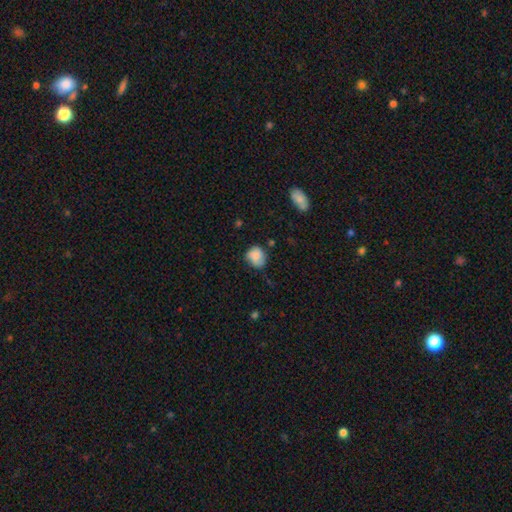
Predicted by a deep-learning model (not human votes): This appears to be a smooth galaxy with no disk features (73%) that is round (70%). Merging: none (64%).